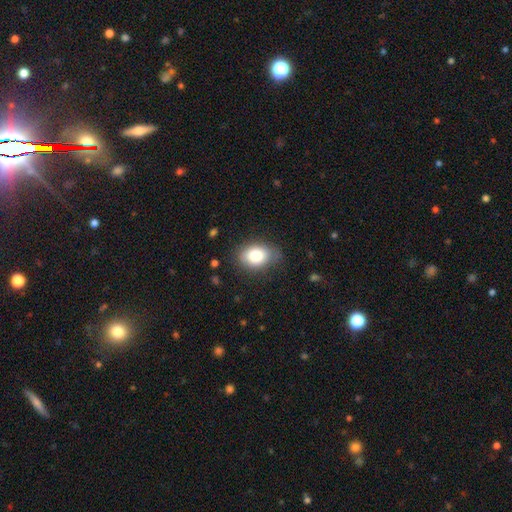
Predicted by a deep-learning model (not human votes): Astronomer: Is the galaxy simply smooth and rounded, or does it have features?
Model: smooth — 81%.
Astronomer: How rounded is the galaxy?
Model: in between — 78%.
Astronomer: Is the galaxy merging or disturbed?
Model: none — 74%.